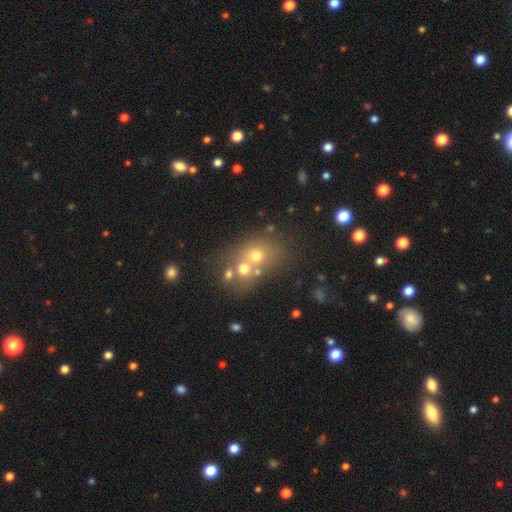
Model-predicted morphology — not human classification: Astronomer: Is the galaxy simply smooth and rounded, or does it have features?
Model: smooth — 58%.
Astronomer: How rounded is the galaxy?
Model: round — 64%.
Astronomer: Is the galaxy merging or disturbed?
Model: merger — 48% (runner-up: none, 38%).